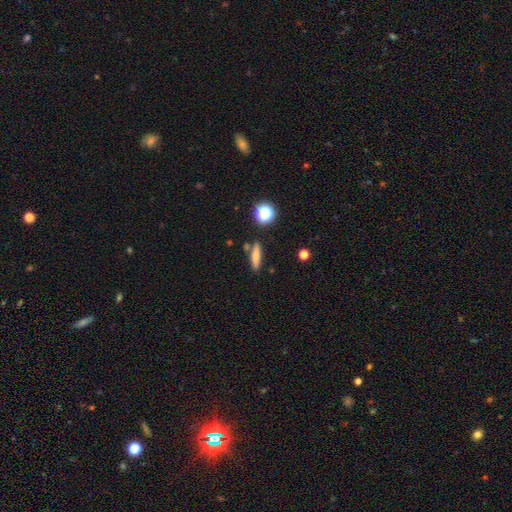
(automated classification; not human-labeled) Morphology: type=smooth (71%); roundness=cigar-shaped (77%); merging=none (82%).